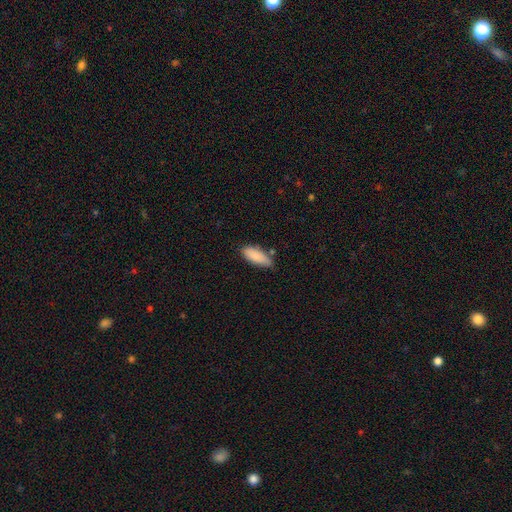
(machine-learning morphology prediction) The model was most divided on "merging": none: 69%, minor disturbance: 23%, merger: 5%, major disturbance: 4%. More confident: smooth or featured — smooth (86%); how rounded — in between (78%).